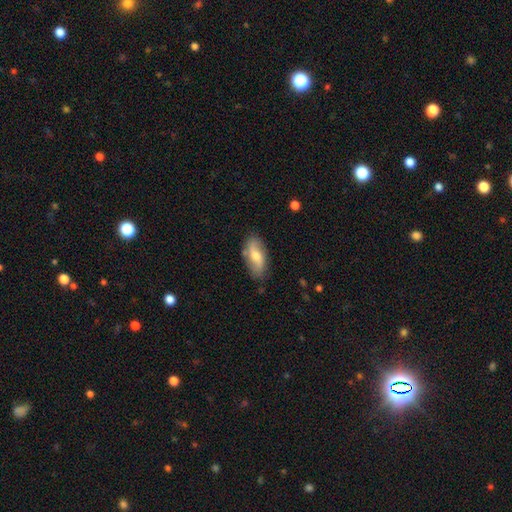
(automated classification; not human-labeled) Smooth or featured: smooth — 50% (featured or disk — 43%)
How rounded: in between — 84% (cigar-shaped — 12%)
Merging: none — 79% (minor disturbance — 16%)